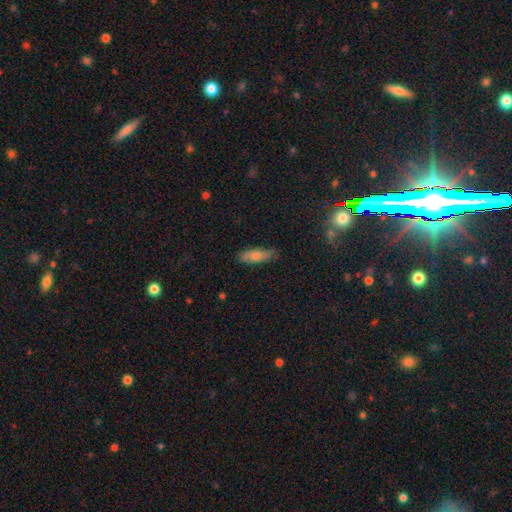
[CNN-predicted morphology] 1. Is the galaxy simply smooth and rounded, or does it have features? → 74% smooth, 20% featured or disk, 7% star or artifact.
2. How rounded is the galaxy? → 62% in between, 36% cigar-shaped, 2% round.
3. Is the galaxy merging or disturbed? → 76% none, 19% minor disturbance, 4% major disturbance, 1% merger.